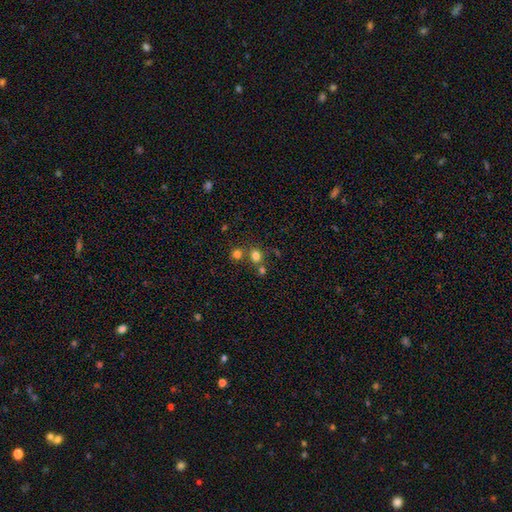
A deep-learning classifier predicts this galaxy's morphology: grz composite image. It shows a smooth galaxy with no disk features (76%) that is round (79%). Merging: none (62%).